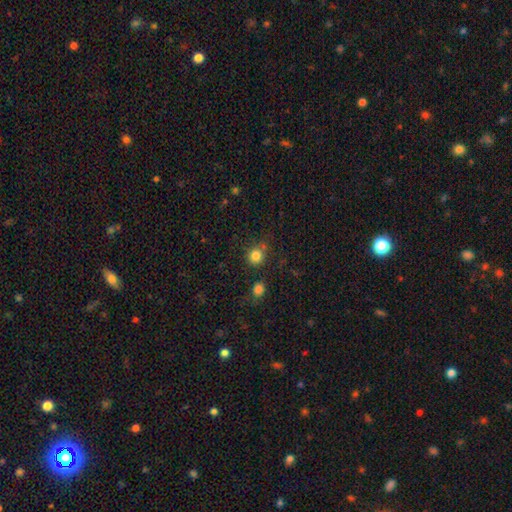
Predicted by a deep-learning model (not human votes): smooth-or-featured: smooth: 81% | star or artifact: 13% | featured or disk: 5%
  how-rounded: round: 89% | in between: 10% | cigar-shaped: 1%
  merging: none: 75% | minor disturbance: 11% | merger: 10% | major disturbance: 4%